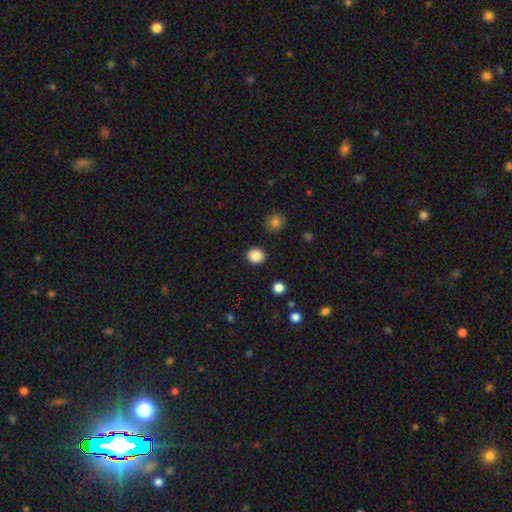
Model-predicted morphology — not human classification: This is clearly a smooth galaxy (87%). How rounded: clearly round (82%). Merging: clearly none (91%).